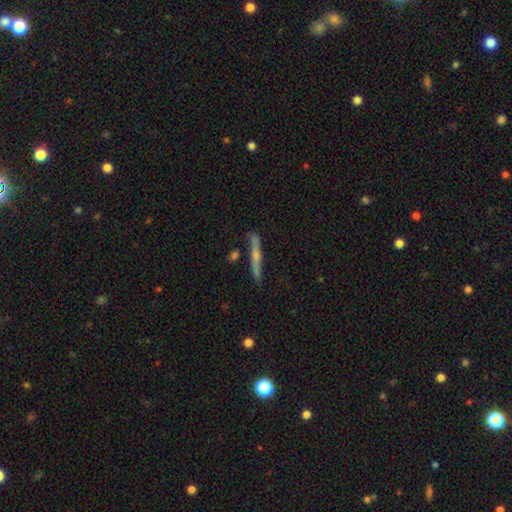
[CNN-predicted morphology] smooth-or-featured: featured or disk: 63% | smooth: 30% | star or artifact: 7%
  disk-edge-on: yes: 92% | no: 8%
    edge-on-bulge: rounded: 74% | none: 21% | boxy: 5%
  merging: none: 78% | minor disturbance: 15% | merger: 3% | major disturbance: 3%